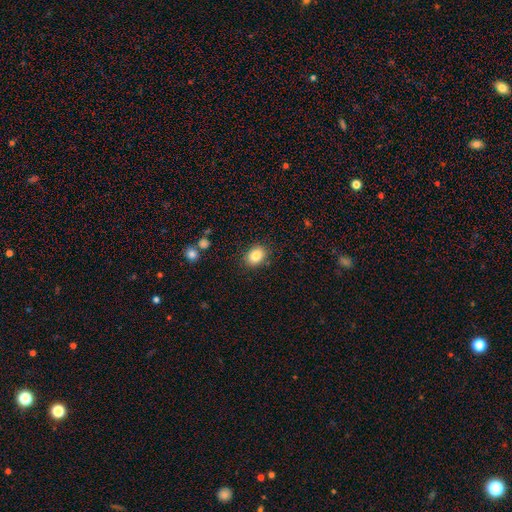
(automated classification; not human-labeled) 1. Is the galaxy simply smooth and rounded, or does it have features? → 84% smooth, 9% star or artifact, 7% featured or disk.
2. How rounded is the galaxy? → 61% in between, 38% round, 1% cigar-shaped.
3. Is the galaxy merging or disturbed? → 85% none, 10% minor disturbance, 3% major disturbance, 2% merger.